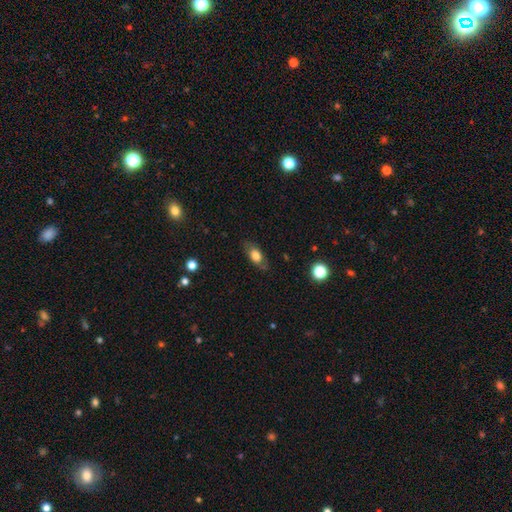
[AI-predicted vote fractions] This appears to be a smooth galaxy with no disk features (70%) that is in between round and cigar-shaped (82%). Merging: none (78%).